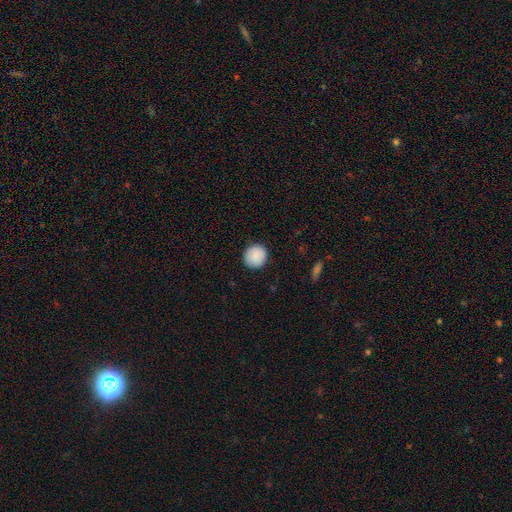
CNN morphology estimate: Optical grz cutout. It shows a smooth galaxy with no disk features (89%) that is round (93%). Merging: none (90%).